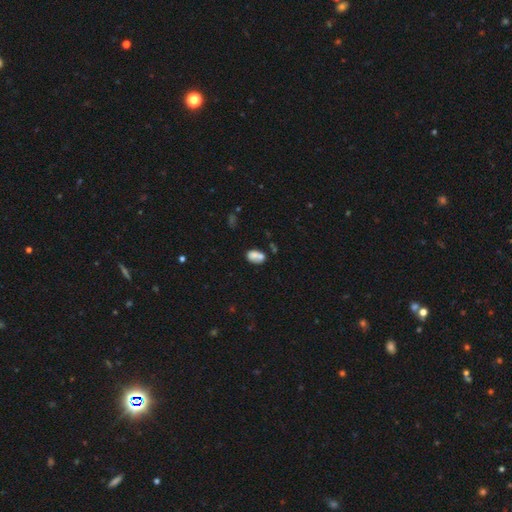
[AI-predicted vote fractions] A smooth galaxy with no disk features (71%) that is in between round and cigar-shaped (80%).

Vote fractions:
- Smooth or featured? smooth: 71% / featured or disk: 19% / star or artifact: 10%
- How rounded? in between: 80% / round: 19% / cigar-shaped: 2%
- Merging? merger: 42% / none: 34% / minor disturbance: 16% / major disturbance: 8%